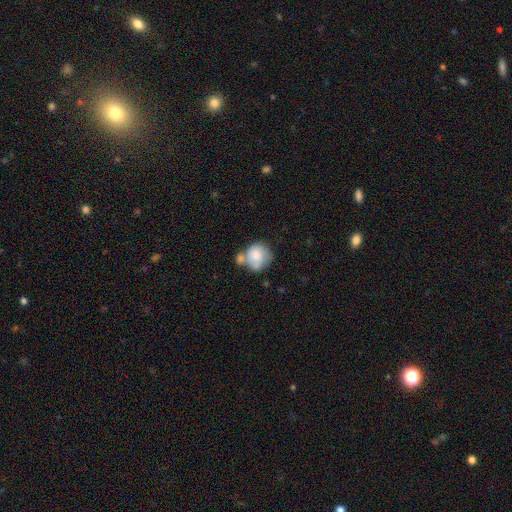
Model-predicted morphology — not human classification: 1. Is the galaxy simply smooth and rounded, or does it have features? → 68% smooth, 25% featured or disk, 7% star or artifact.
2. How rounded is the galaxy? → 81% round, 18% in between, 1% cigar-shaped.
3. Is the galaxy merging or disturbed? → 37% merger, 34% none, 19% minor disturbance, 9% major disturbance.